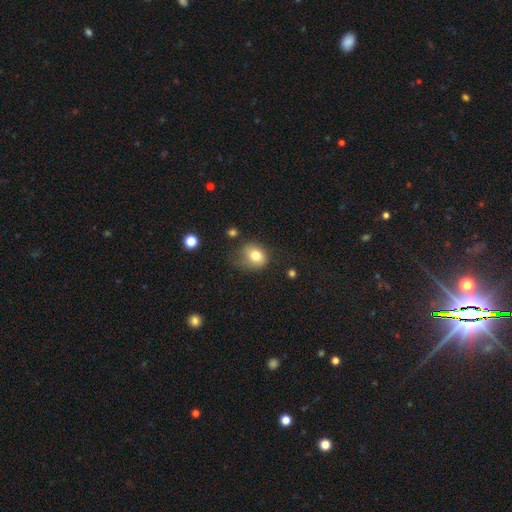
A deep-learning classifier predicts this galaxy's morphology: smooth_or_featured: smooth (p=0.78) [alt: featured or disk p=0.12]
how_rounded: round (p=0.61) [alt: in between p=0.38]
merging: none (p=0.49) [alt: minor disturbance p=0.33]